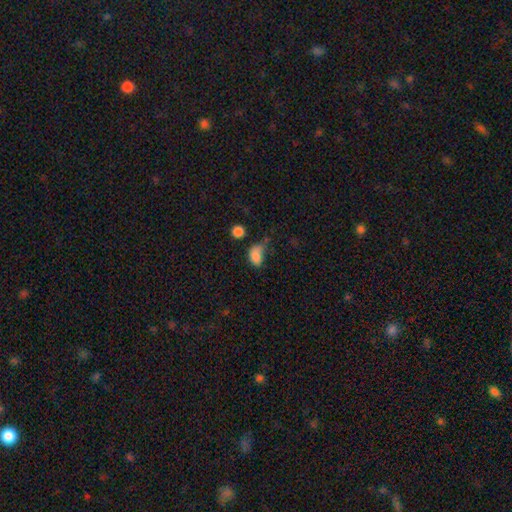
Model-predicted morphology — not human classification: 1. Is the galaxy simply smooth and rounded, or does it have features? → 81% smooth, 11% star or artifact, 8% featured or disk.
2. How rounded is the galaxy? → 79% in between, 19% round, 2% cigar-shaped.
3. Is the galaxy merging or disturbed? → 35% minor disturbance, 34% none, 22% major disturbance, 9% merger.